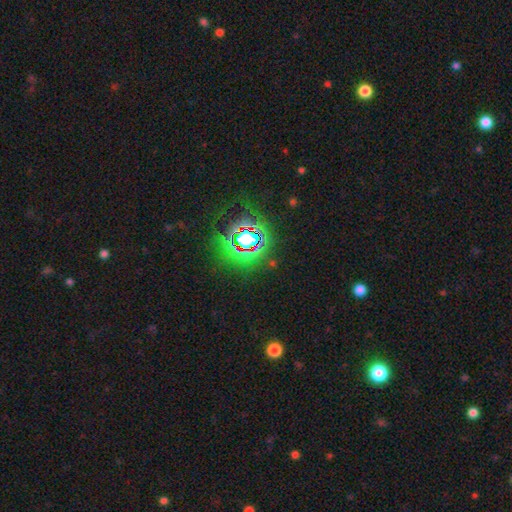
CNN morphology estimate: This is clearly a star or artifact rather than a galaxy (83%).